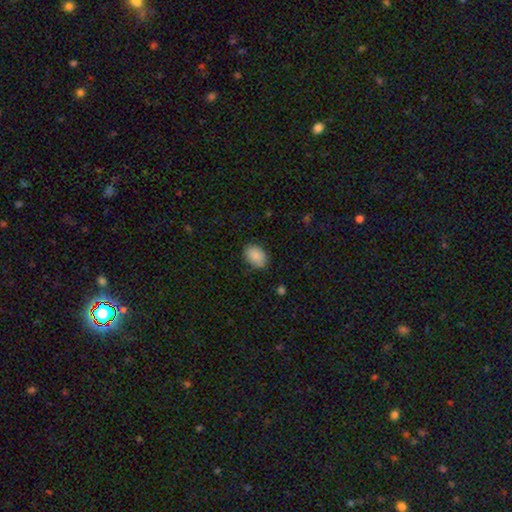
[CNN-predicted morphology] Overall: smooth (89%). How rounded: in between (83%). Merging: none (80%).